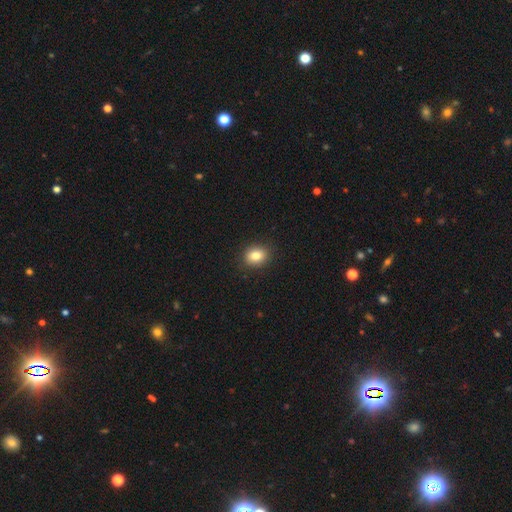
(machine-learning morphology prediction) smooth 83%, star or artifact 10%, featured or disk 7%. Down the decision tree: how rounded — round (57%); merging — none (90%).